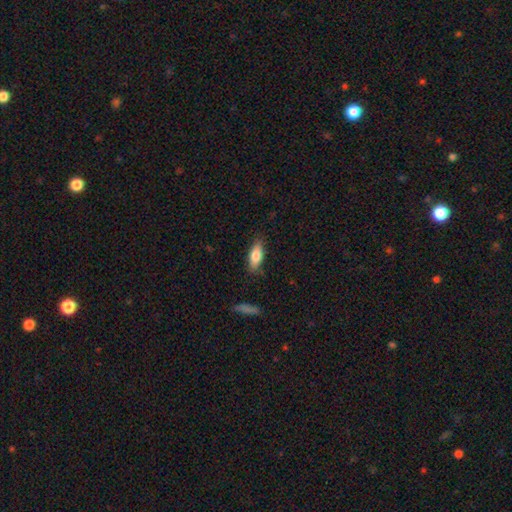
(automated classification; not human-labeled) A smooth galaxy with no disk features (79%) that is in between round and cigar-shaped (76%).

Vote fractions:
- Smooth or featured? smooth: 79% / featured or disk: 14% / star or artifact: 6%
- How rounded? in between: 76% / cigar-shaped: 22% / round: 2%
- Merging? none: 82% / minor disturbance: 14% / major disturbance: 3% / merger: 2%